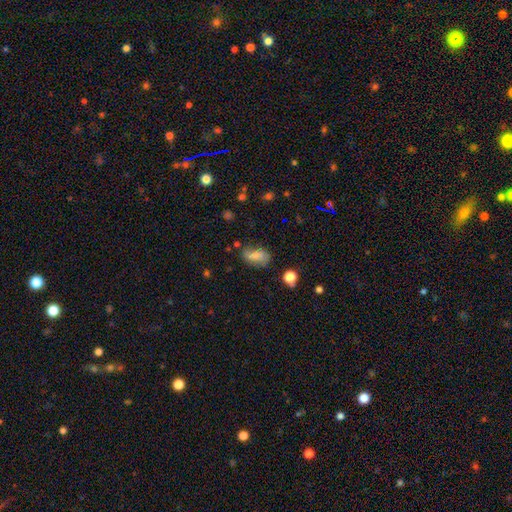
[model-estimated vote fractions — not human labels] smooth 63%, featured or disk 26%, star or artifact 11%. Down the decision tree: how rounded — in between (87%); merging — none (58%).